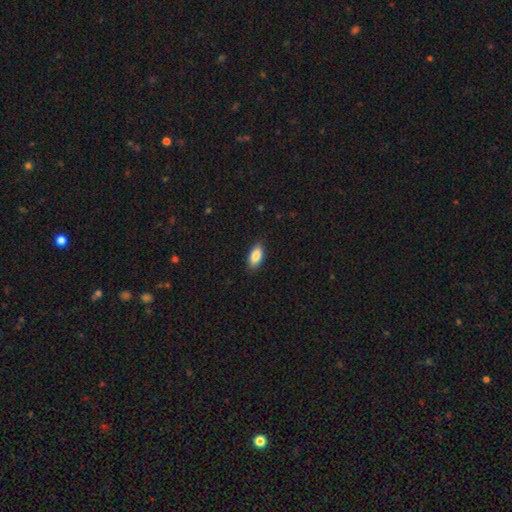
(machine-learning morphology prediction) A smooth galaxy with no disk features (87%) that is in between round and cigar-shaped (91%). Merging: none (87%).